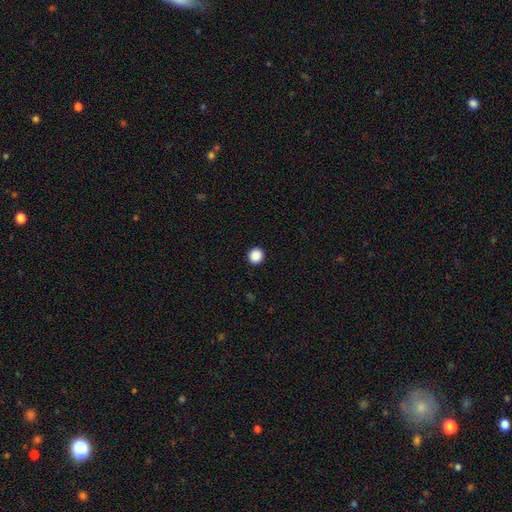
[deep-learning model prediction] Smooth or featured: smooth — 88% (star or artifact — 9%)
How rounded: round — 94% (in between — 5%)
Merging: none — 93% (minor disturbance — 4%)